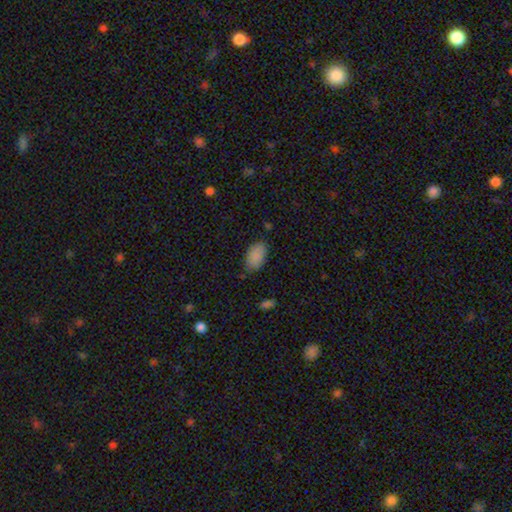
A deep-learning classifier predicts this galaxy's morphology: The model was most divided on "merging": none: 78%, minor disturbance: 17%, major disturbance: 3%, merger: 2%. More confident: how rounded — in between (93%); smooth or featured — smooth (88%).